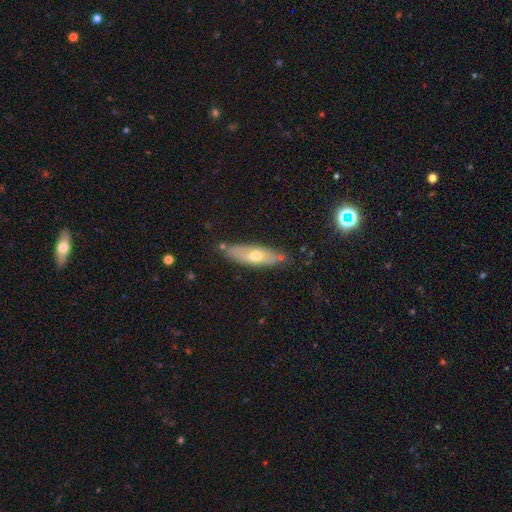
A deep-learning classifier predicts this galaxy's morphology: Q: Smooth or featured?
A: smooth (51%); runner-up: featured or disk (42%)
Q: How rounded?
A: in between (53%); runner-up: cigar-shaped (44%)
Q: Merging?
A: none (75%); runner-up: minor disturbance (17%)